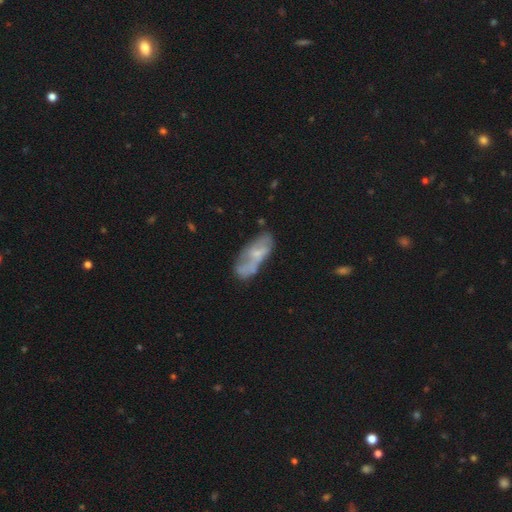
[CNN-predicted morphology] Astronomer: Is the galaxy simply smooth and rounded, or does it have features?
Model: featured or disk — 48% (runner-up: smooth, 43%).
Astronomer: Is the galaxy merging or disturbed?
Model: none — 45% (runner-up: minor disturbance, 25%).